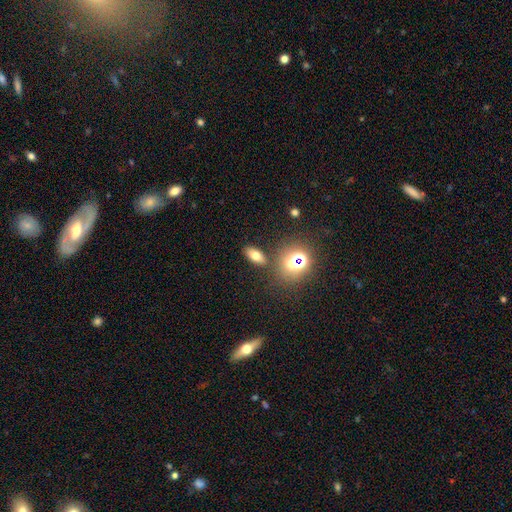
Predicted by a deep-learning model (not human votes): This is likely a smooth galaxy (65%). How rounded: likely in between (79%). Merging: clearly none (82%).